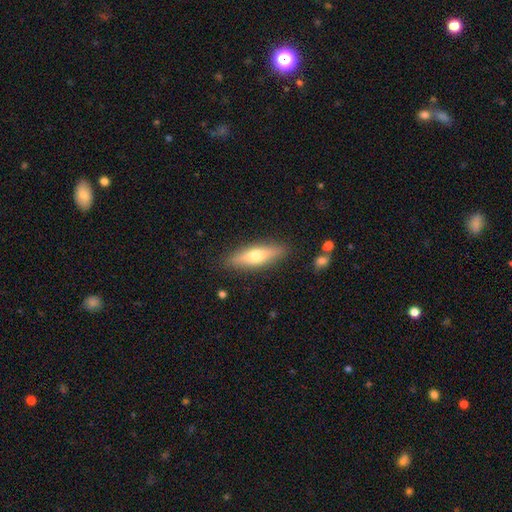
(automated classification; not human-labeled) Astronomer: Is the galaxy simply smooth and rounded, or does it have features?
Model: smooth — 52% (runner-up: featured or disk, 42%).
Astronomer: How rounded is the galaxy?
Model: cigar-shaped — 64%.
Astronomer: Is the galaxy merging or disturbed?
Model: none — 87%.